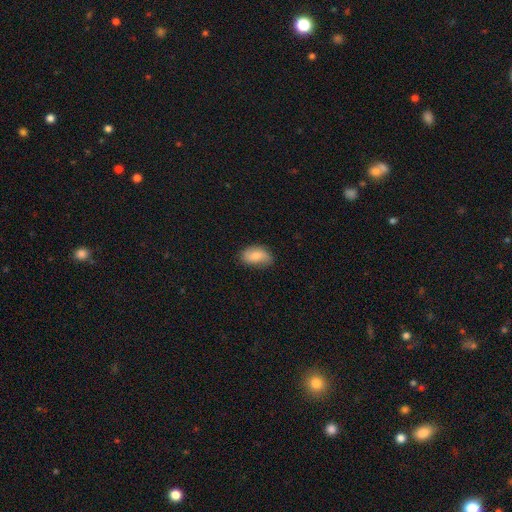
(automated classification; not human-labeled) Smooth or featured? Predicted: smooth (p=0.74). How rounded? Predicted: in between (p=0.90). Merging? Predicted: none (p=0.71).